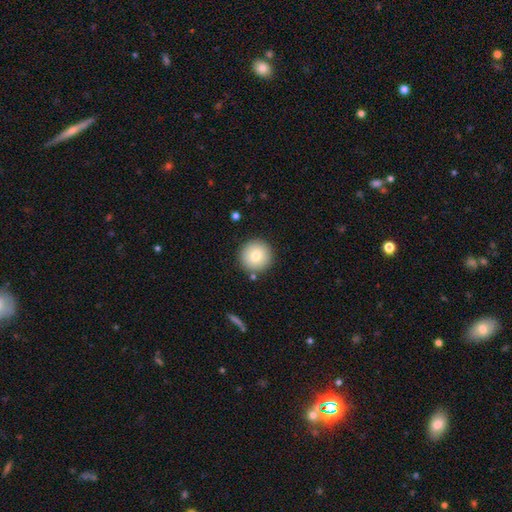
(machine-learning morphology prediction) Smooth or featured? smooth (79%)
How rounded? round (96%)
Merging? none (87%)